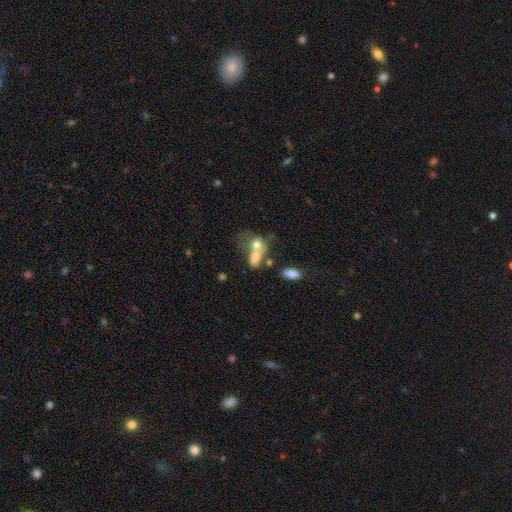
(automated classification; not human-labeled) Smooth or featured?
  - smooth: 61% *
  - featured or disk: 27%
  - star or artifact: 12%
How rounded?
  - in between: 72% *
  - round: 23%
  - cigar-shaped: 5%
Merging?
  - merger: 56% *
  - none: 18%
  - major disturbance: 16%
  - minor disturbance: 10%